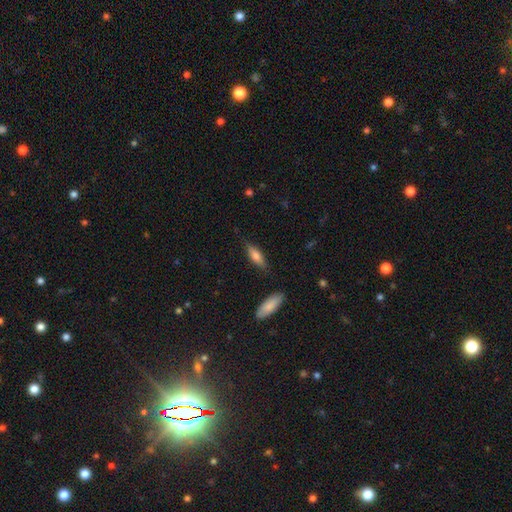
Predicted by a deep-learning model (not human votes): smooth-or-featured: smooth: 63% | featured or disk: 30% | star or artifact: 7%
  how-rounded: in between: 49% | cigar-shaped: 48% | round: 2%
  merging: none: 78% | minor disturbance: 16% | major disturbance: 4% | merger: 2%